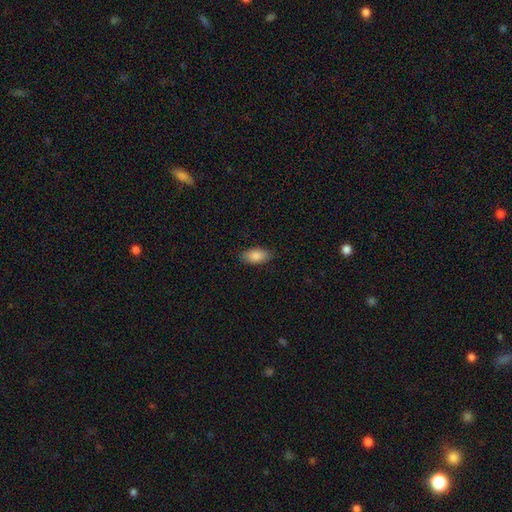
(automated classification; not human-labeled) This appears to be a smooth galaxy with no disk features (88%) that is in between round and cigar-shaped (93%). Merging: none (87%).